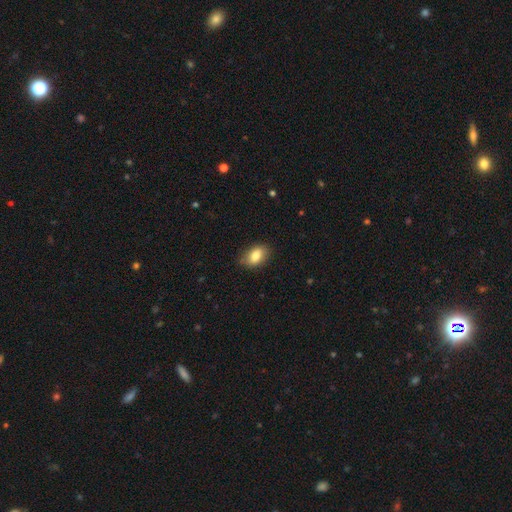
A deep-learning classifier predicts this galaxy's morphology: Q: Smooth or featured?
A: smooth (82%); runner-up: featured or disk (10%)
Q: How rounded?
A: in between (88%); runner-up: round (10%)
Q: Merging?
A: none (79%); runner-up: minor disturbance (17%)